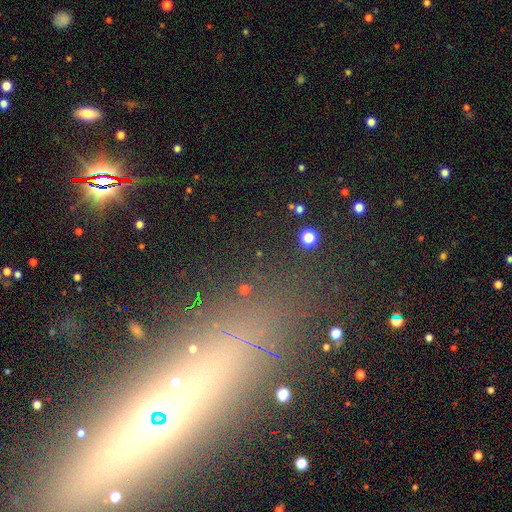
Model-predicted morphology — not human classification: smooth-or-featured: star or artifact: 41% | featured or disk: 34% | smooth: 25%